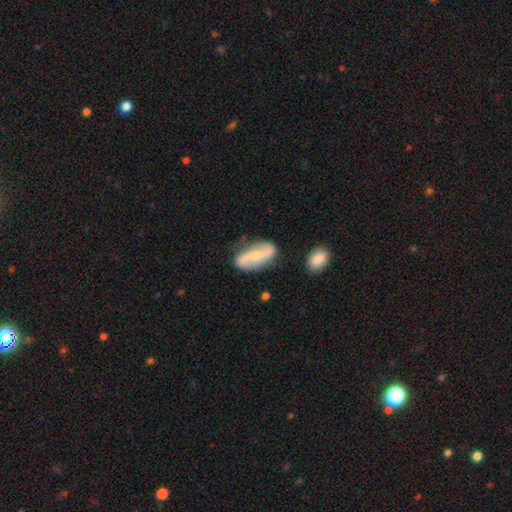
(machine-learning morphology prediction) Smooth or featured? featured or disk (71%)
Edge-on disk? no (92%)
Bar? no (38%)
Spiral arms? yes (89%)
Spiral winding? loose (68%)
Spiral arm count? 2 (91%)
Bulge size? small (57%)
Merging? none (78%)